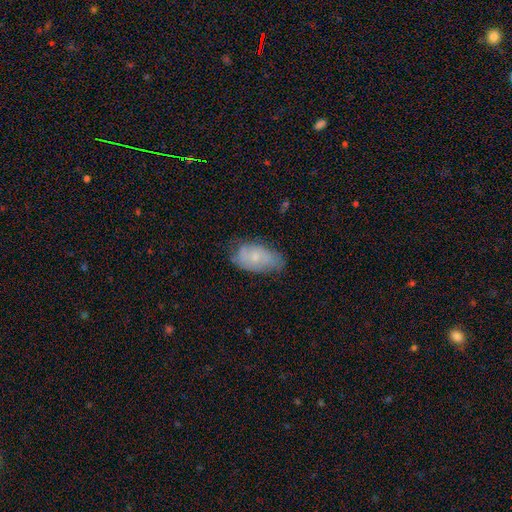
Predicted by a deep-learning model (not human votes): This appears to be a smooth galaxy with no disk features (54%) that is in between round and cigar-shaped (92%). Merging: none (60%).